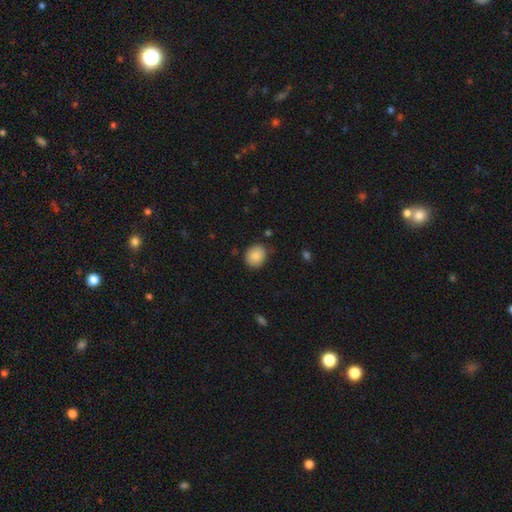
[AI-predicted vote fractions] smooth_or_featured: smooth (p=0.87) [alt: star or artifact p=0.08]
how_rounded: round (p=0.65) [alt: in between p=0.34]
merging: none (p=0.80) [alt: minor disturbance p=0.15]